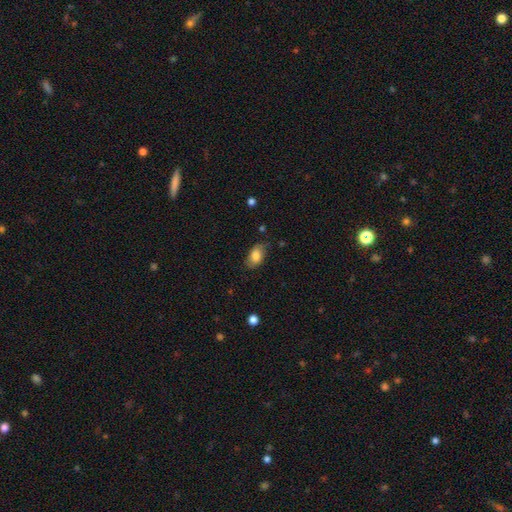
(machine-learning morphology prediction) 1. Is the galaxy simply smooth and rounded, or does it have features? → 79% smooth, 14% featured or disk, 8% star or artifact.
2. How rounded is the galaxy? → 90% in between, 8% round, 2% cigar-shaped.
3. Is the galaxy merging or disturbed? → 71% none, 22% minor disturbance, 5% major disturbance, 2% merger.